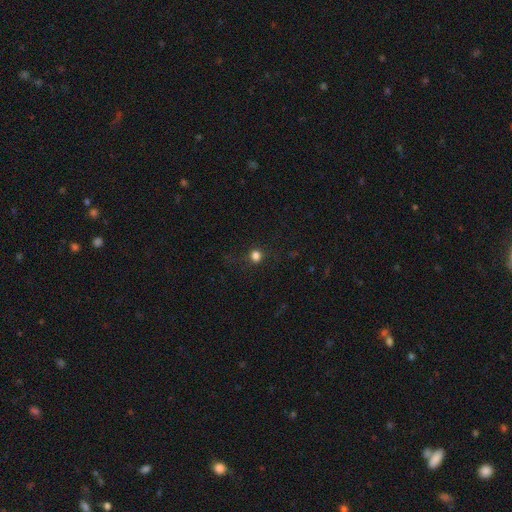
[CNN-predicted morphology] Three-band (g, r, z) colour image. It shows a smooth galaxy with no disk features (77%) that is round (84%). Merging: none (81%).